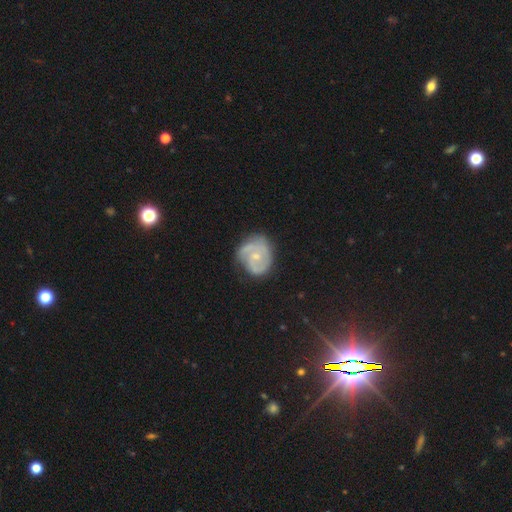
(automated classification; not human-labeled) smooth-or-featured: featured or disk: 79% | smooth: 15% | star or artifact: 6%
  disk-edge-on: no: 98% | yes: 2%
    bar: no: 69% | weak: 27% | strong: 4%
    has-spiral-arms: yes: 93% | no: 7%
      spiral-winding: tight: 51% | medium: 38% | loose: 11%
      spiral-arm-count: 2: 56% | can't tell: 16% | 3: 15% | 1: 8% | 4: 3% | more than 4: 3%
    bulge-size: small: 58% | moderate: 37% | none: 3% | large: 1% | dominant: 1%
  merging: none: 64% | minor disturbance: 24% | major disturbance: 9% | merger: 2%